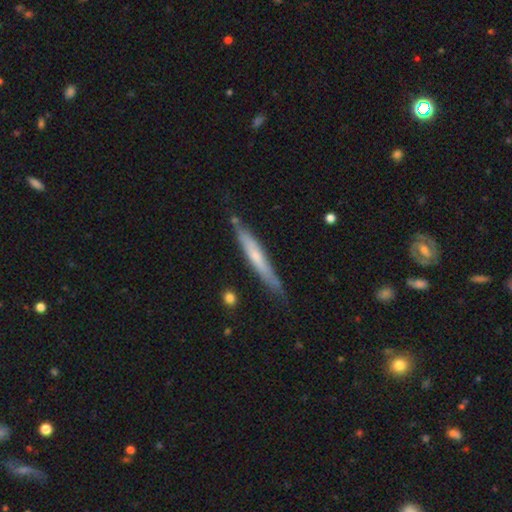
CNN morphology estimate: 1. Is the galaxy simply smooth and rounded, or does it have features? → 49% featured or disk, 45% smooth, 6% star or artifact.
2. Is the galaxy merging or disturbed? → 75% none, 18% minor disturbance, 3% merger, 3% major disturbance.